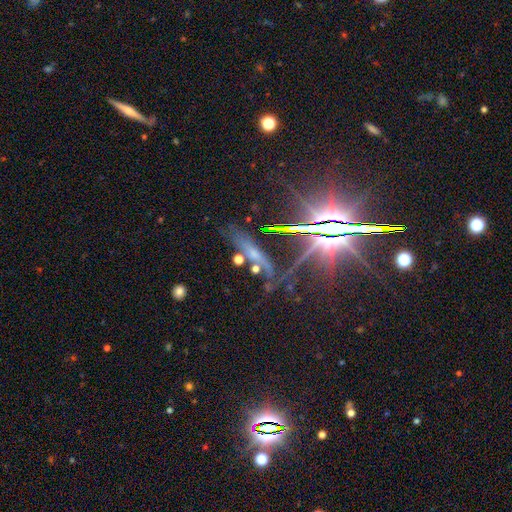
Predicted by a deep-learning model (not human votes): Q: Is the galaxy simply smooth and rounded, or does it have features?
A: star or artifact — 56%.